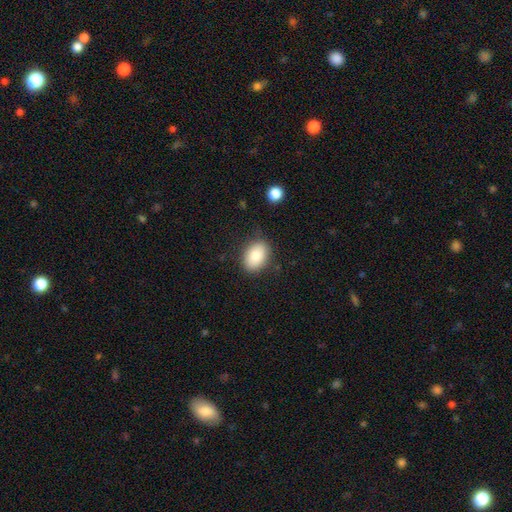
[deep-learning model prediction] smooth-or-featured: smooth: 82% | featured or disk: 10% | star or artifact: 8%
  how-rounded: in between: 81% | round: 18% | cigar-shaped: 1%
  merging: none: 83% | minor disturbance: 12% | major disturbance: 3% | merger: 2%